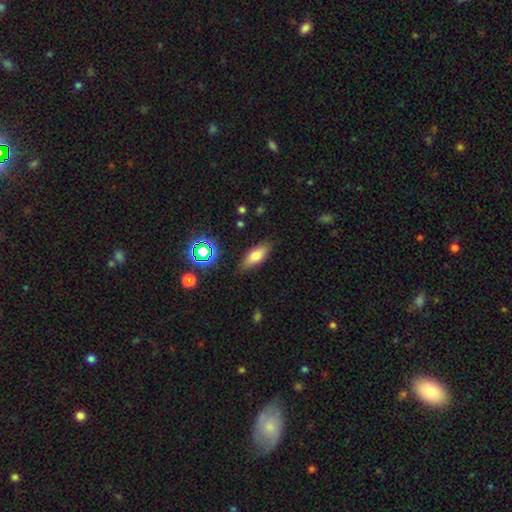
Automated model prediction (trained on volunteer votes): smooth 73%, featured or disk 16%, star or artifact 11%. Down the decision tree: how rounded — in between (75%); merging — none (84%).